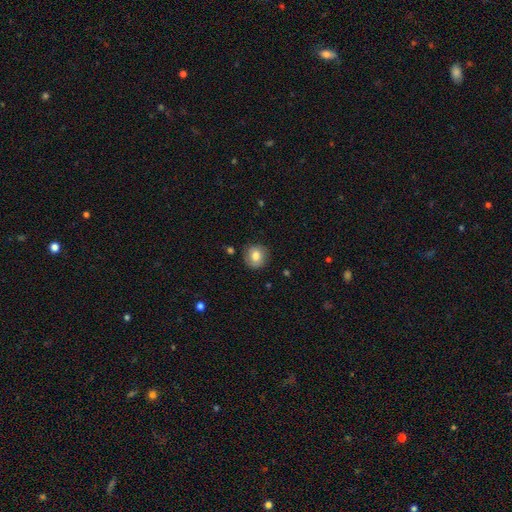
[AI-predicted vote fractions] Morphology: type=smooth (78%); roundness=round (88%); merging=none (84%).